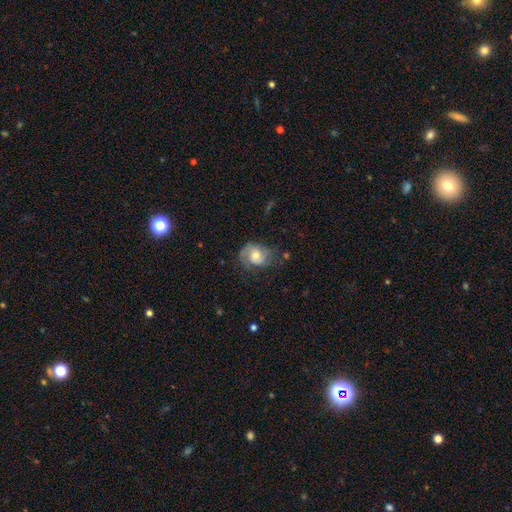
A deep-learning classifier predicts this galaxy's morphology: type=featured or disk (62%); edge-on=no (97%); bar=no (64%); spiral arms=yes (88%); winding=medium (44%); arm count=2 (66%); bulge=moderate (61%); merging=none (56%).